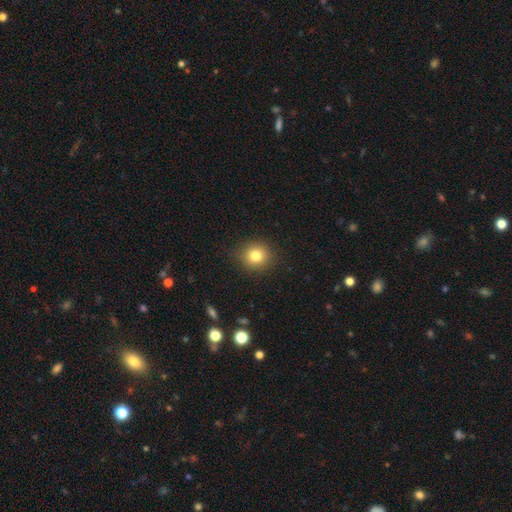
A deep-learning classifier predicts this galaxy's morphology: smooth_or_featured: smooth (p=0.81) [alt: star or artifact p=0.12]
how_rounded: round (p=0.87) [alt: in between p=0.12]
merging: none (p=0.89) [alt: minor disturbance p=0.08]